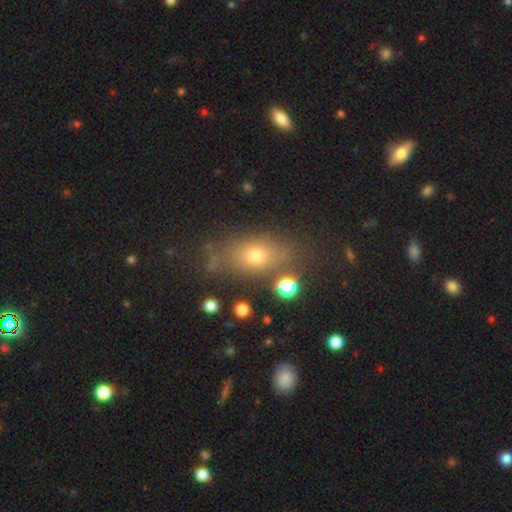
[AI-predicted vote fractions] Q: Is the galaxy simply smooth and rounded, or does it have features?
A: smooth — 70%.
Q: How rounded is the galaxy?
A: in between — 74%.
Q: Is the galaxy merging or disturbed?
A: none — 73%.